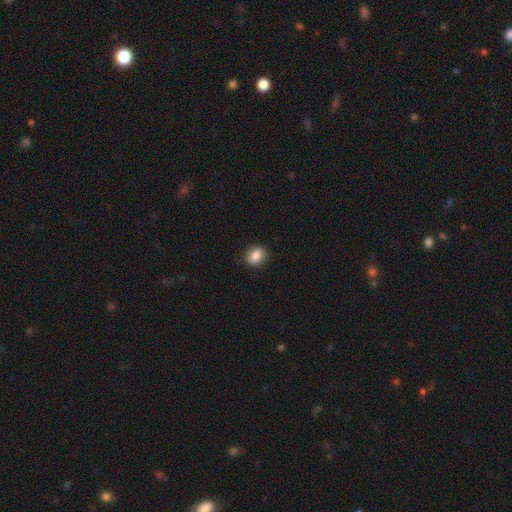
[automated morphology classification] Smooth or featured? smooth (84%)
How rounded? round (60%)
Merging? none (87%)